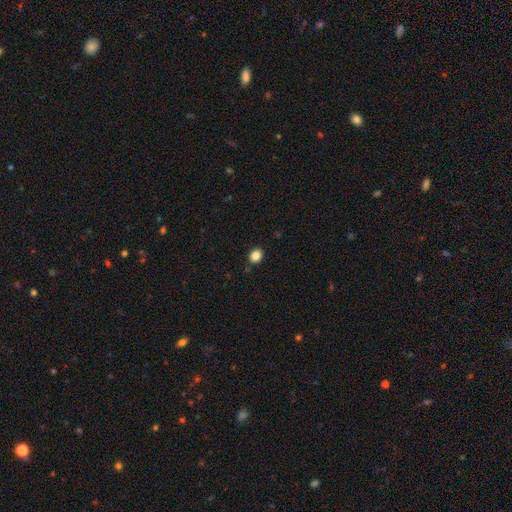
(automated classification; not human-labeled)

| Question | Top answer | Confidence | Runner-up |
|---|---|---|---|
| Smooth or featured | smooth | 85% | star or artifact (11%) |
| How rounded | round | 67% | in between (32%) |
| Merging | none | 89% | minor disturbance (7%) |